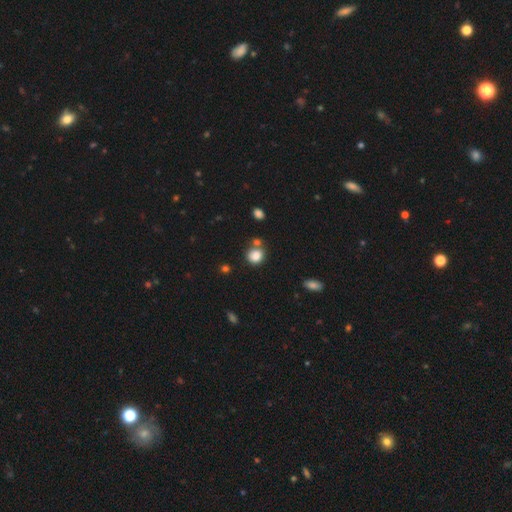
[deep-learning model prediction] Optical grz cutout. It shows a smooth galaxy with no disk features (84%) that is round (73%). Merging: none (60%).